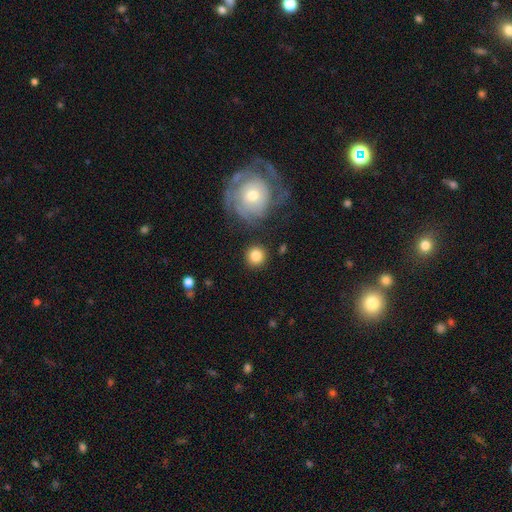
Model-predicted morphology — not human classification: Smooth or featured? Predicted: smooth (p=0.84). How rounded? Predicted: round (p=0.93). Merging? Predicted: none (p=0.86).